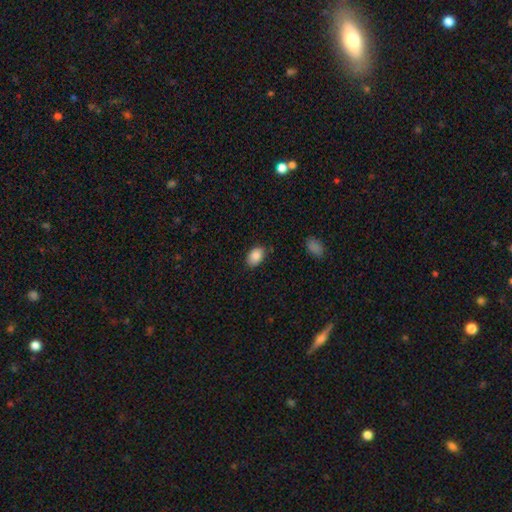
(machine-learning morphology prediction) A smooth galaxy with no disk features (87%) that is in between round and cigar-shaped (86%).

Vote fractions:
- Smooth or featured? smooth: 87% / star or artifact: 8% / featured or disk: 5%
- How rounded? in between: 86% / round: 13% / cigar-shaped: 1%
- Merging? none: 80% / minor disturbance: 15% / major disturbance: 3% / merger: 2%